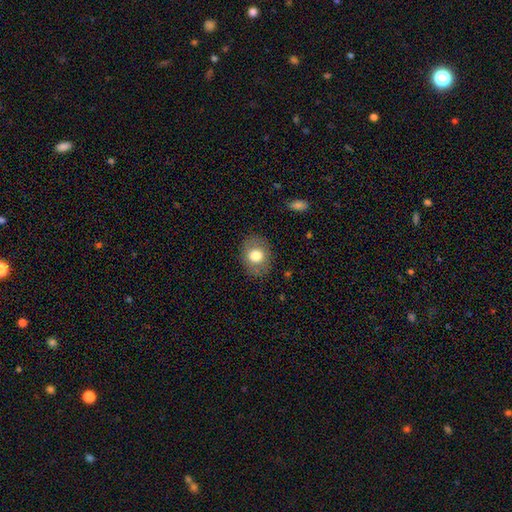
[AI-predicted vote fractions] Overall: smooth (76%). How rounded: round (53%; in between 46%). Merging: none (85%).